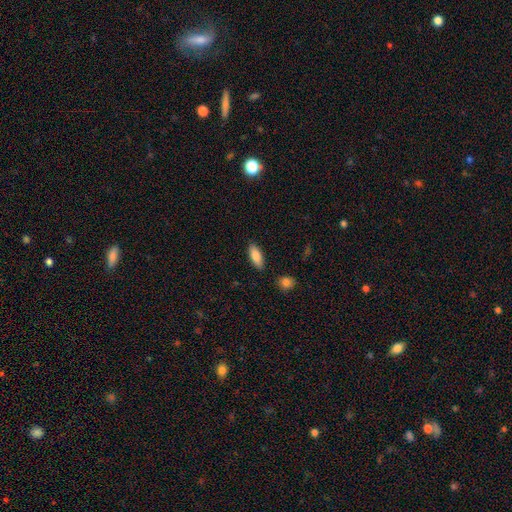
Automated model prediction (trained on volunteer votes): Smooth or featured? Predicted: smooth (p=0.85). How rounded? Predicted: in between (p=0.78). Merging? Predicted: none (p=0.86).